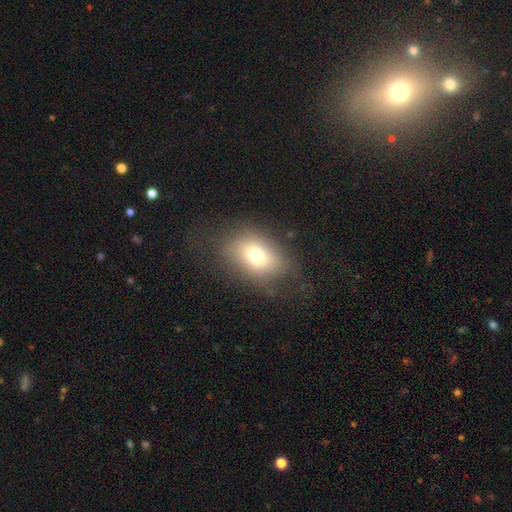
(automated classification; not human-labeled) smooth 69%, featured or disk 17%, star or artifact 13%. Down the decision tree: how rounded — in between (71%); merging — none (66%).